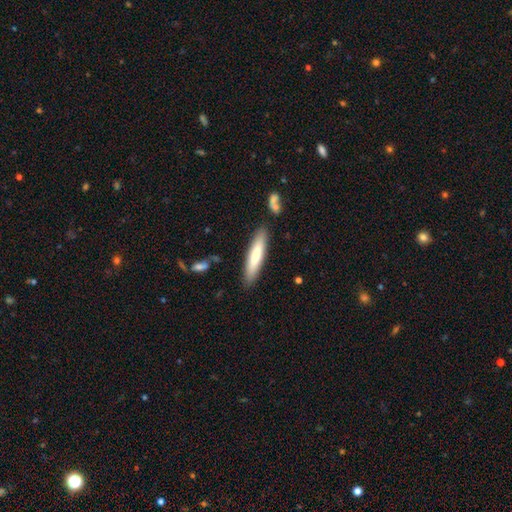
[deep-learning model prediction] Q: Smooth or featured?
A: smooth (67%); runner-up: featured or disk (27%)
Q: How rounded?
A: cigar-shaped (82%); runner-up: in between (17%)
Q: Merging?
A: none (87%); runner-up: minor disturbance (9%)